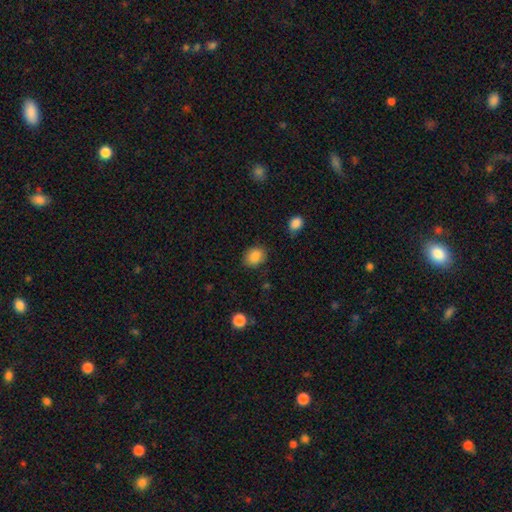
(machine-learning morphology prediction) smooth-or-featured: smooth: 86% | star or artifact: 9% | featured or disk: 6%
  how-rounded: in between: 53% | round: 46% | cigar-shaped: 1%
  merging: none: 82% | minor disturbance: 14% | major disturbance: 3% | merger: 2%